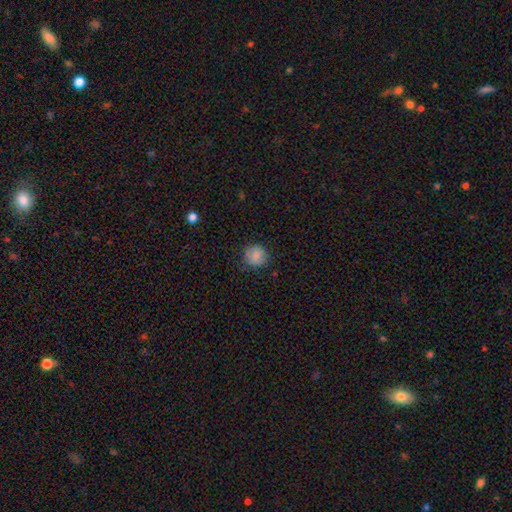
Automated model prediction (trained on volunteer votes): Smooth or featured?
  - smooth: 84% *
  - star or artifact: 9%
  - featured or disk: 7%
How rounded?
  - round: 89% *
  - in between: 10%
  - cigar-shaped: 1%
Merging?
  - none: 81% *
  - minor disturbance: 15%
  - major disturbance: 4%
  - merger: 1%